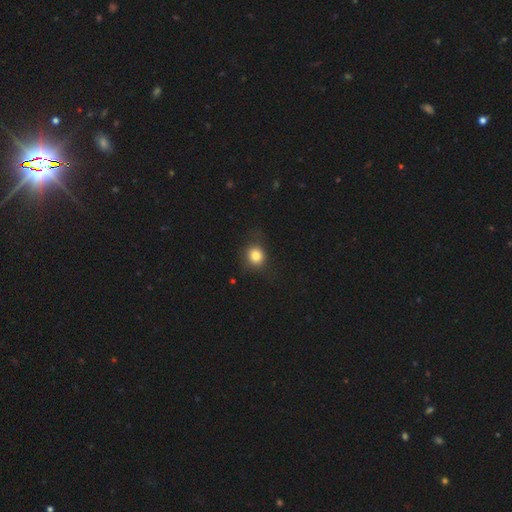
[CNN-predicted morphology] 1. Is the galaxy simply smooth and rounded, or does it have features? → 81% smooth, 11% star or artifact, 7% featured or disk.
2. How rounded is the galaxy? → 79% round, 20% in between, 1% cigar-shaped.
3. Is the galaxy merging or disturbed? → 76% none, 17% minor disturbance, 6% major disturbance, 1% merger.